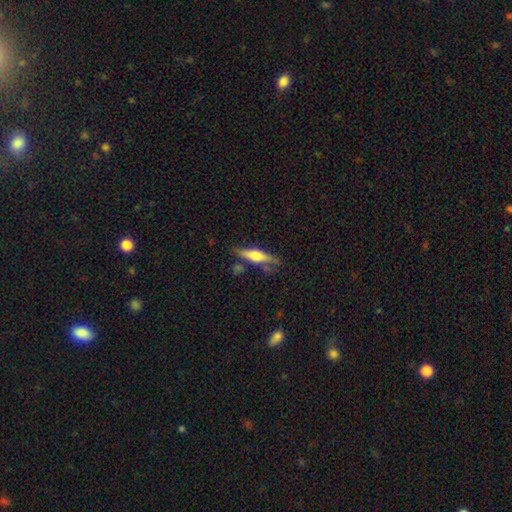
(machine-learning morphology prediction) smooth-or-featured: smooth: 48% | featured or disk: 46% | star or artifact: 6%
  merging: none: 69% | minor disturbance: 19% | merger: 7% | major disturbance: 5%